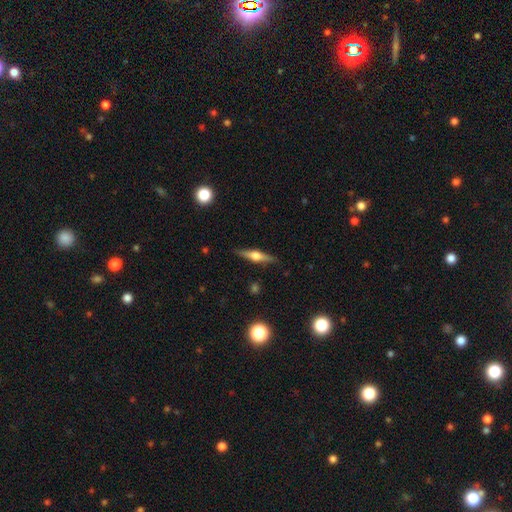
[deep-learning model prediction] A featured or disk galaxy (69%) viewed edge-on (97%) with a rounded central bulge (92%). Merging: none (89%).